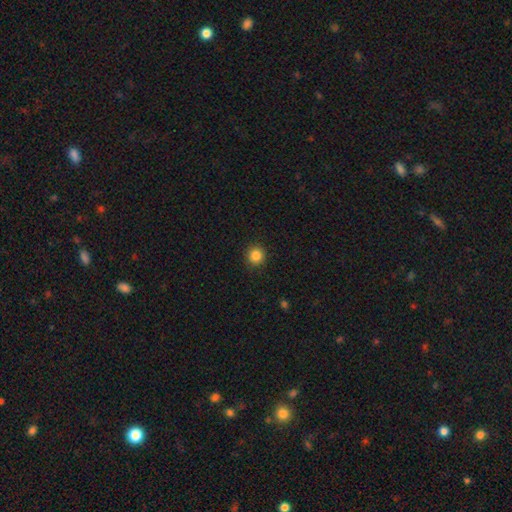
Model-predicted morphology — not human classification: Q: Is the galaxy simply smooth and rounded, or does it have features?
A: smooth — 85%.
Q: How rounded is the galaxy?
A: round — 94%.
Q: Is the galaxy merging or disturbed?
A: none — 92%.